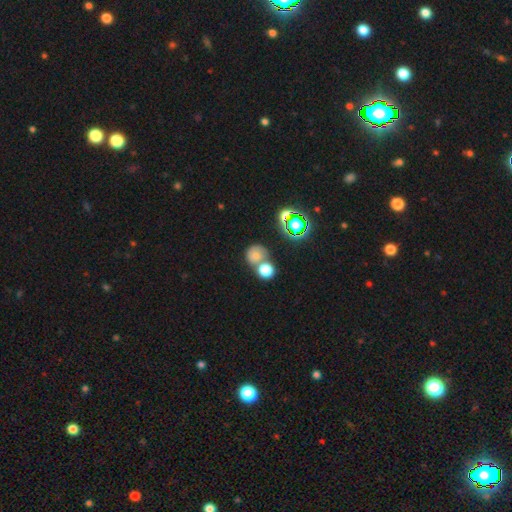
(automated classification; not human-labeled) Smooth or featured: smooth — 65% (star or artifact — 22%)
How rounded: round — 82% (in between — 17%)
Merging: none — 45% (merger — 40%)